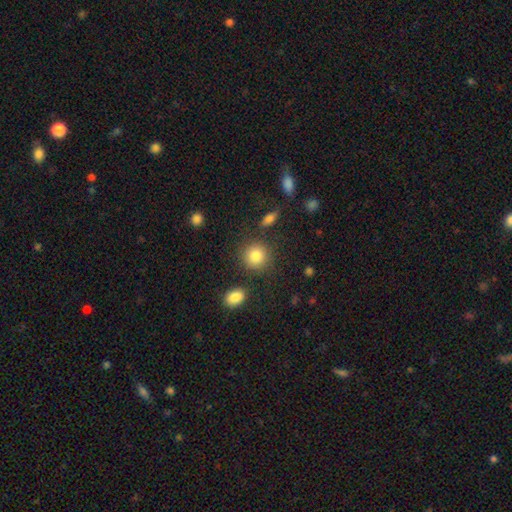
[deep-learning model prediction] Morphology: type=smooth (85%); roundness=round (88%); merging=none (83%).